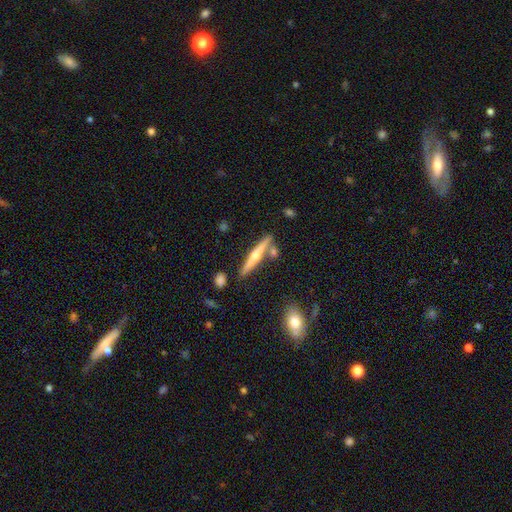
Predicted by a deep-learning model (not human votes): Overall: featured or disk (64%; smooth 30%). Edge-on disk: yes (96%). Edge-on bulge: rounded (88%). Merging: none (77%).